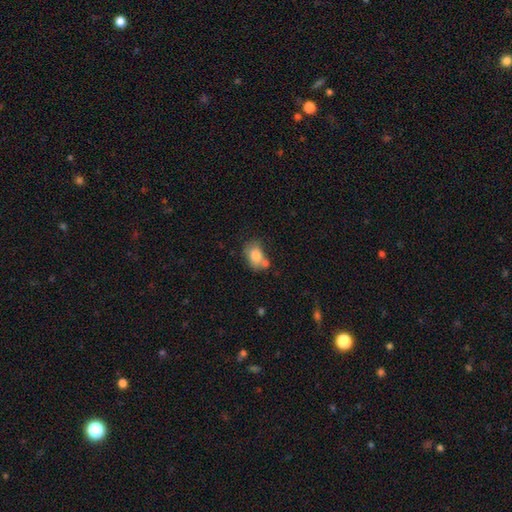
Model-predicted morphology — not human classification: smooth-or-featured: smooth: 83% | featured or disk: 9% | star or artifact: 9%
  how-rounded: in between: 73% | round: 26% | cigar-shaped: 1%
  merging: none: 48% | merger: 26% | minor disturbance: 19% | major disturbance: 7%